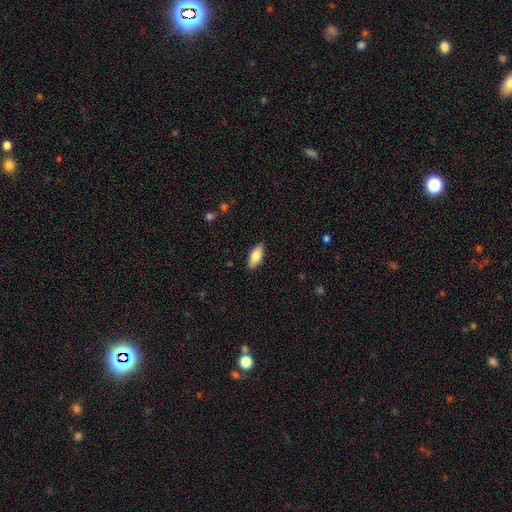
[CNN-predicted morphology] A smooth galaxy with no disk features (79%) that is in between round and cigar-shaped (83%).

Vote fractions:
- Smooth or featured? smooth: 79% / featured or disk: 15% / star or artifact: 6%
- How rounded? in between: 83% / cigar-shaped: 15% / round: 2%
- Merging? none: 89% / minor disturbance: 9% / major disturbance: 2% / merger: 1%